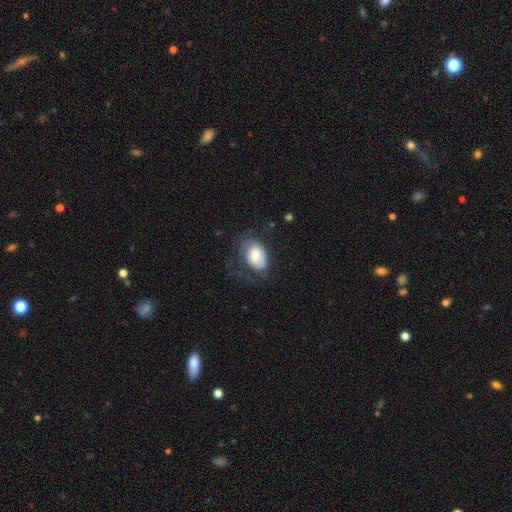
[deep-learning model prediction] This appears to be a smooth galaxy with no disk features (67%) that is in between round and cigar-shaped (86%). Merging: none (43%).